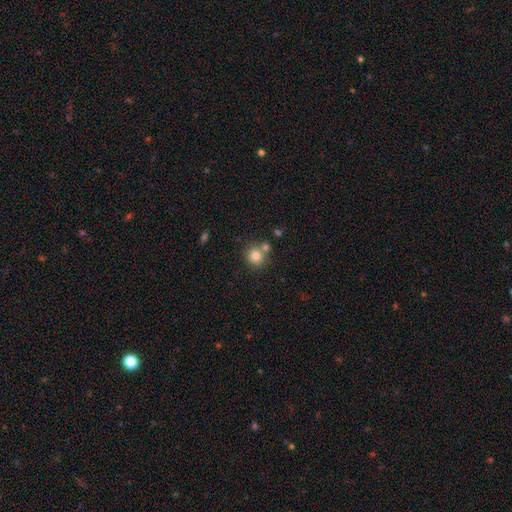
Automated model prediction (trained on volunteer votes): Smooth or featured? smooth (80%)
How rounded? round (89%)
Merging? none (66%)